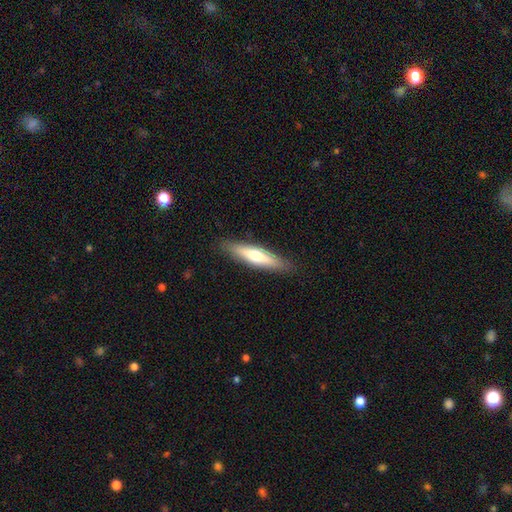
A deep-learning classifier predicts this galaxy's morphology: Q: Smooth or featured?
A: smooth (55%); runner-up: featured or disk (39%)
Q: How rounded?
A: cigar-shaped (79%); runner-up: in between (20%)
Q: Merging?
A: none (88%); runner-up: minor disturbance (9%)